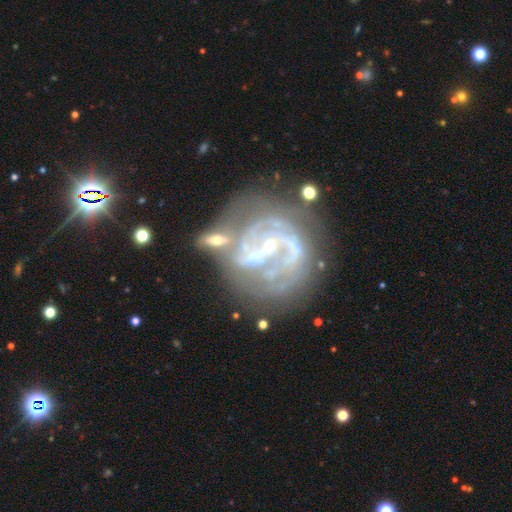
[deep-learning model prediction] Q: Smooth or featured?
A: featured or disk (84%); runner-up: smooth (8%)
Q: Edge-on disk?
A: no (98%); runner-up: yes (2%)
Q: Bar?
A: no (42%); runner-up: weak (36%)
Q: Spiral arms?
A: yes (88%); runner-up: no (12%)
Q: Spiral winding?
A: tight (42%); runner-up: medium (41%)
Q: Spiral arm count?
A: 2 (31%); runner-up: can't tell (24%)
Q: Bulge size?
A: small (71%); runner-up: moderate (17%)
Q: Merging?
A: none (32%); runner-up: merger (29%)